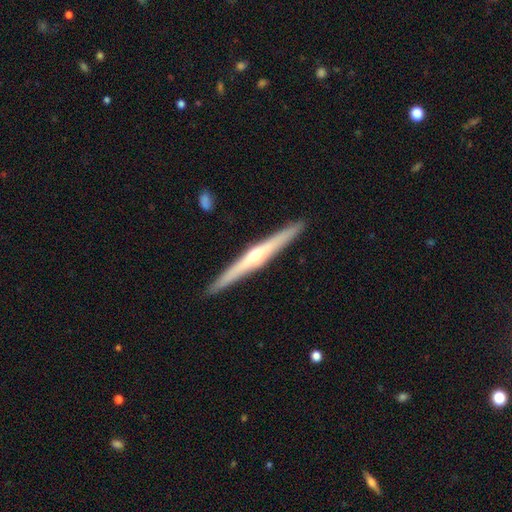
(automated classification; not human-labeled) featured or disk 75%, smooth 20%, star or artifact 5%. Down the decision tree: edge-on disk — yes (98%); edge-on bulge — rounded (85%); merging — none (92%).